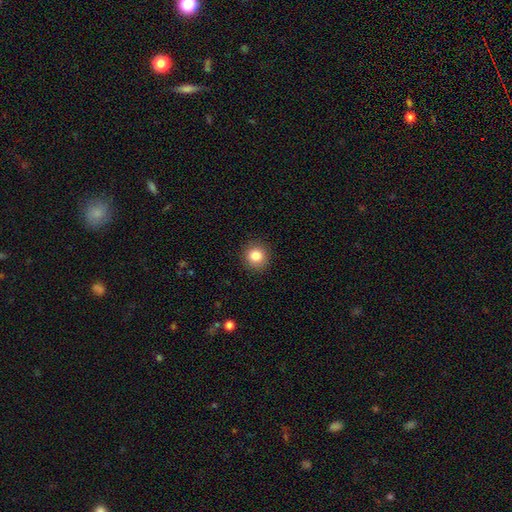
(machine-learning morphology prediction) Smooth or featured: smooth — 84% (star or artifact — 10%)
How rounded: round — 91% (in between — 8%)
Merging: none — 91% (minor disturbance — 6%)